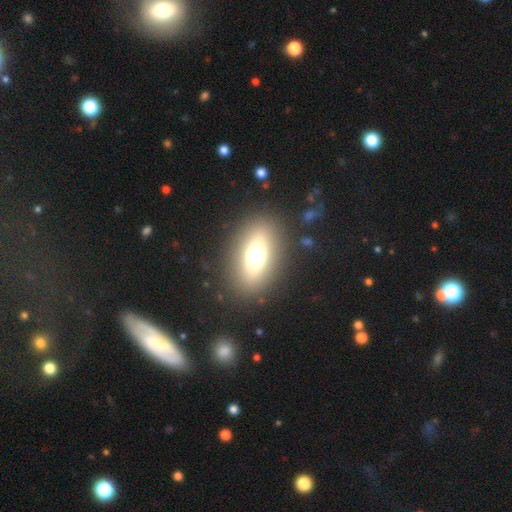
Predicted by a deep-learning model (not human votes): smooth_or_featured: smooth (p=0.64) [alt: featured or disk p=0.23]
how_rounded: in between (p=0.76) [alt: round p=0.17]
merging: none (p=0.86) [alt: minor disturbance p=0.08]